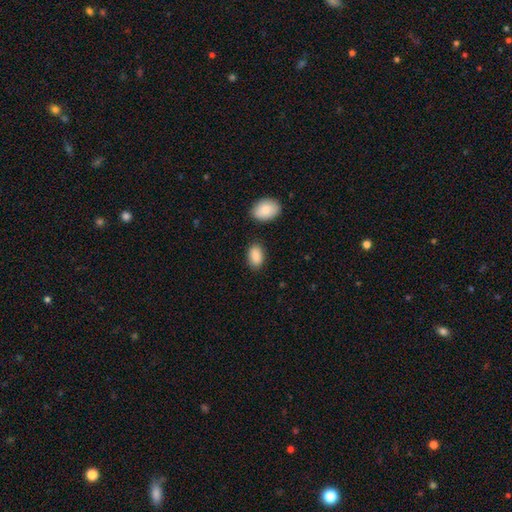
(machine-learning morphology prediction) This is clearly a smooth galaxy (89%). How rounded: clearly in between (90%). Merging: clearly none (82%).